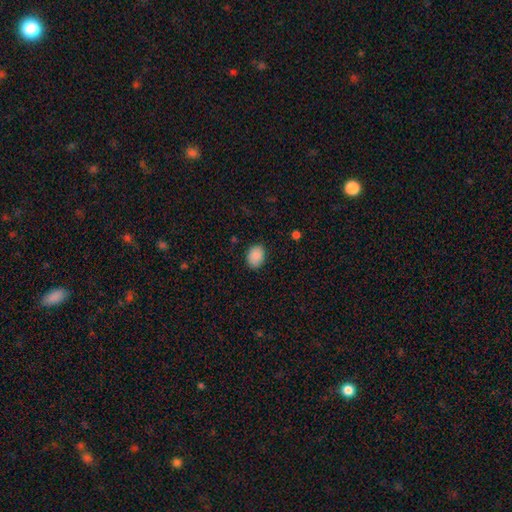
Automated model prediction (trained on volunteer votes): Smooth or featured?
  - smooth: 87% *
  - star or artifact: 7%
  - featured or disk: 5%
How rounded?
  - in between: 64% *
  - round: 35%
  - cigar-shaped: 1%
Merging?
  - none: 83% *
  - minor disturbance: 13%
  - major disturbance: 3%
  - merger: 1%